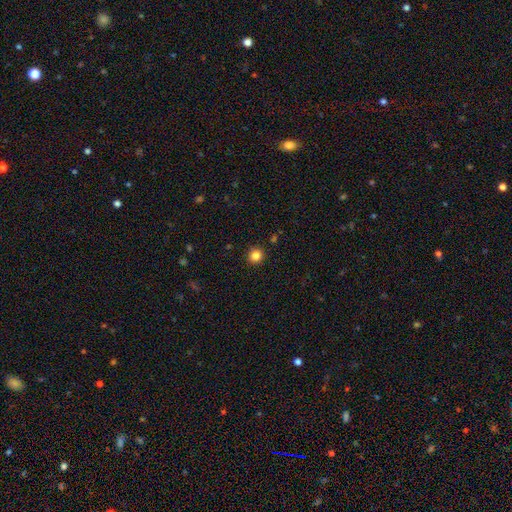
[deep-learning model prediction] This is clearly a smooth galaxy (84%). How rounded: clearly round (91%). Merging: clearly none (92%).